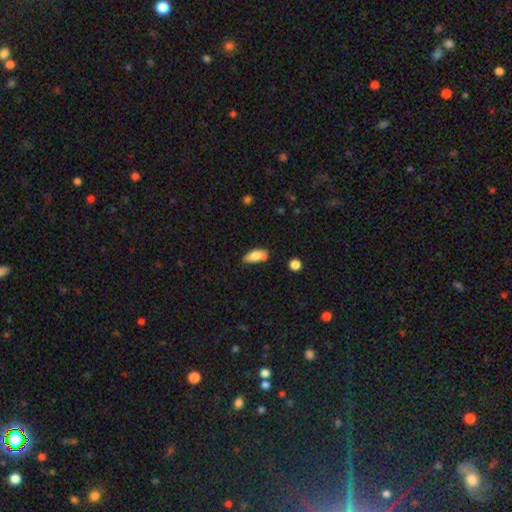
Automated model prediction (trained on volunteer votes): This is likely a smooth galaxy (72%). How rounded: clearly in between (83%). Merging: possibly none (53%).